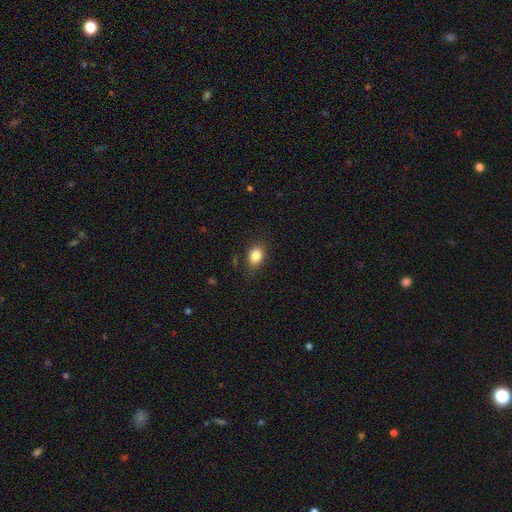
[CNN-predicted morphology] Q: Smooth or featured?
A: smooth (84%); runner-up: star or artifact (9%)
Q: How rounded?
A: in between (69%); runner-up: round (29%)
Q: Merging?
A: none (79%); runner-up: minor disturbance (15%)